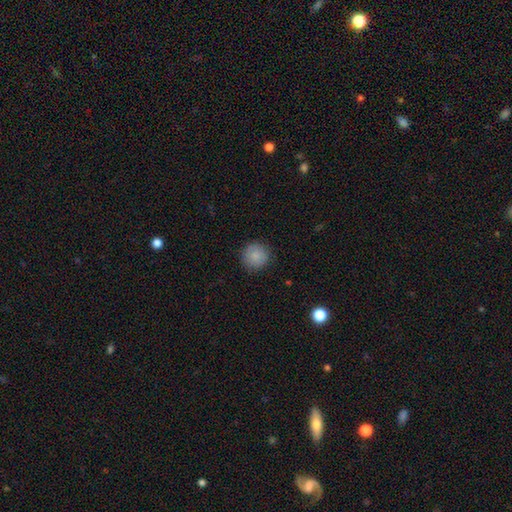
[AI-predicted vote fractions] Smooth or featured?
  - smooth: 87% *
  - star or artifact: 8%
  - featured or disk: 5%
How rounded?
  - round: 94% *
  - in between: 5%
  - cigar-shaped: 1%
Merging?
  - none: 89% *
  - minor disturbance: 8%
  - major disturbance: 2%
  - merger: 1%